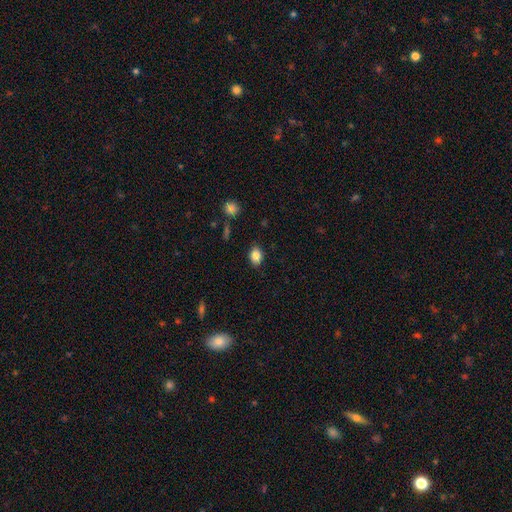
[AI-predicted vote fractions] Overall: smooth (84%). How rounded: in between (74%). Merging: none (86%).